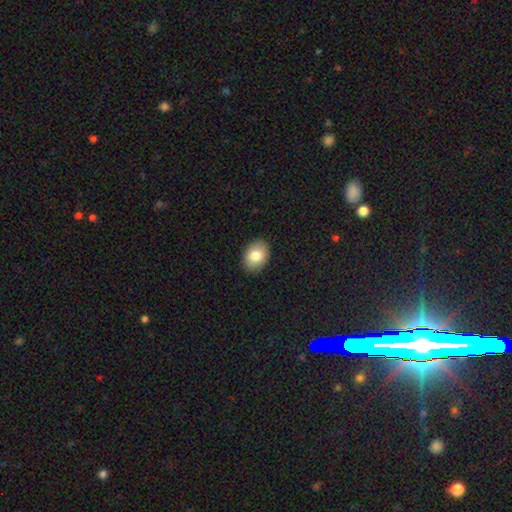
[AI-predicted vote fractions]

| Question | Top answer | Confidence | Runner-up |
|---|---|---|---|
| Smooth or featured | smooth | 83% | featured or disk (10%) |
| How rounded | in between | 78% | round (21%) |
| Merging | none | 90% | minor disturbance (8%) |